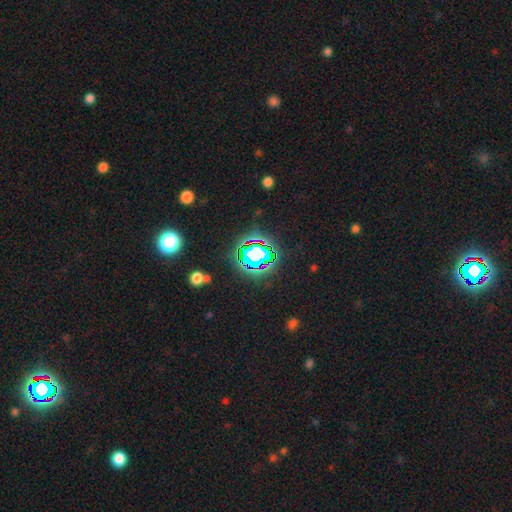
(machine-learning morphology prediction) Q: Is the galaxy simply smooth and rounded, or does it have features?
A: star or artifact — 70%.